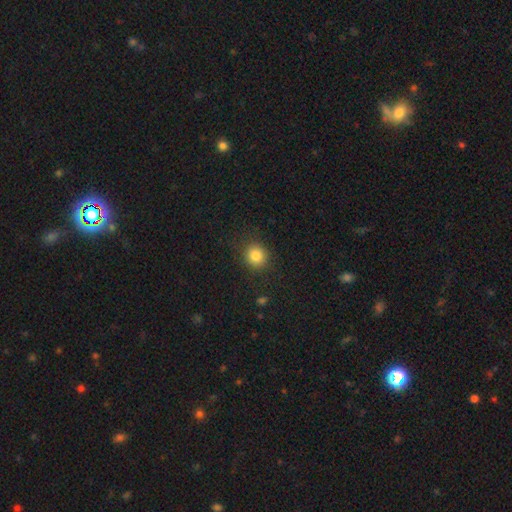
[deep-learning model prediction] smooth-or-featured: smooth: 83% | star or artifact: 11% | featured or disk: 5%
  how-rounded: round: 87% | in between: 12% | cigar-shaped: 1%
  merging: none: 88% | minor disturbance: 8% | major disturbance: 3% | merger: 1%